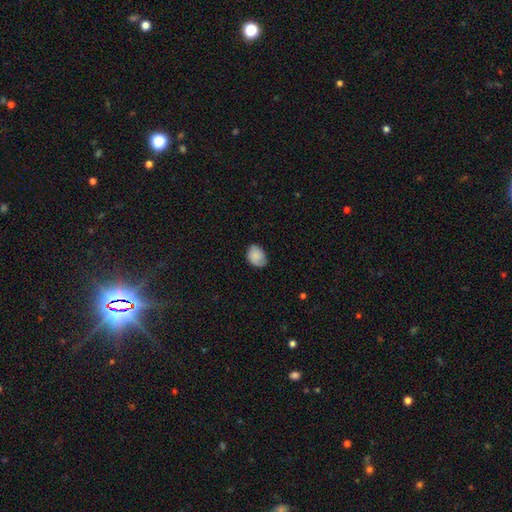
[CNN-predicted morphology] Smooth or featured?
  - smooth: 85% *
  - star or artifact: 7%
  - featured or disk: 7%
How rounded?
  - in between: 68% *
  - round: 31%
  - cigar-shaped: 1%
Merging?
  - none: 71% *
  - minor disturbance: 24%
  - major disturbance: 4%
  - merger: 1%